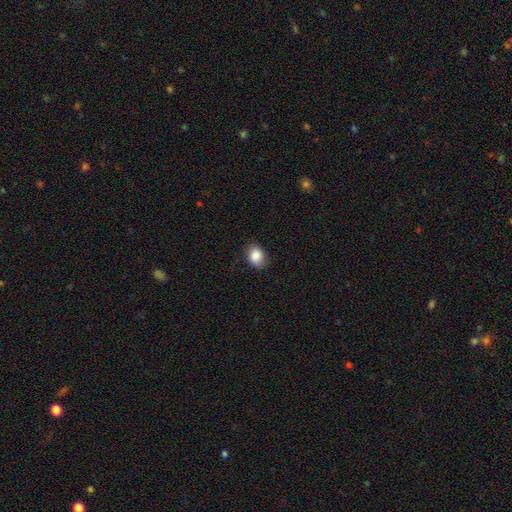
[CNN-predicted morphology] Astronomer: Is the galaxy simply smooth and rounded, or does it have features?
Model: smooth — 87%.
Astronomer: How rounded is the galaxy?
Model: in between — 60% (runner-up: round, 39%).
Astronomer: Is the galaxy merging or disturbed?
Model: none — 83%.